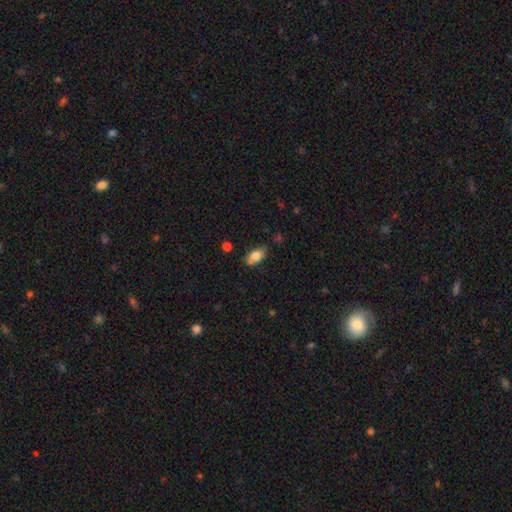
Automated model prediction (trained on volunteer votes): Smooth or featured? Predicted: smooth (p=0.78). How rounded? Predicted: in between (p=0.89). Merging? Predicted: none (p=0.69).